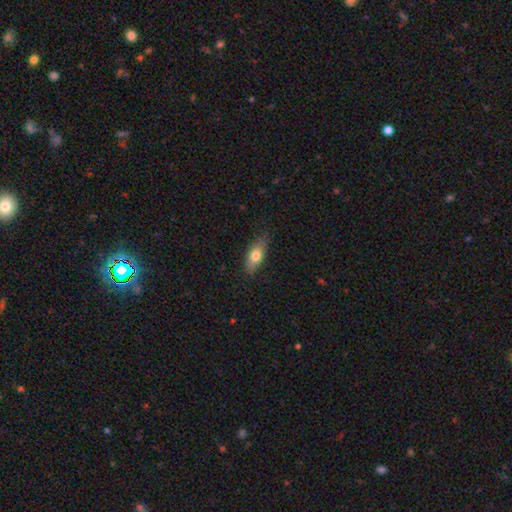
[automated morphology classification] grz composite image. It shows a smooth galaxy with no disk features (72%) that is in between round and cigar-shaped (74%). Merging: none (78%).